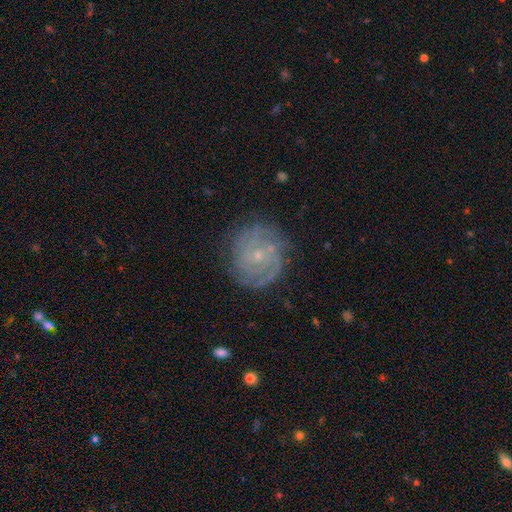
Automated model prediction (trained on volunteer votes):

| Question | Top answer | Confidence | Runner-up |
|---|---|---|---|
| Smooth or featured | featured or disk | 75% | smooth (15%) |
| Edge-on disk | no | 98% | yes (2%) |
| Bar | no | 70% | weak (26%) |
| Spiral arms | yes | 93% | no (7%) |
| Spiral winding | tight | 64% | medium (29%) |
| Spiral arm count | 2 | 34% | can't tell (30%) |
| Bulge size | small | 76% | moderate (19%) |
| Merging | none | 80% | minor disturbance (14%) |